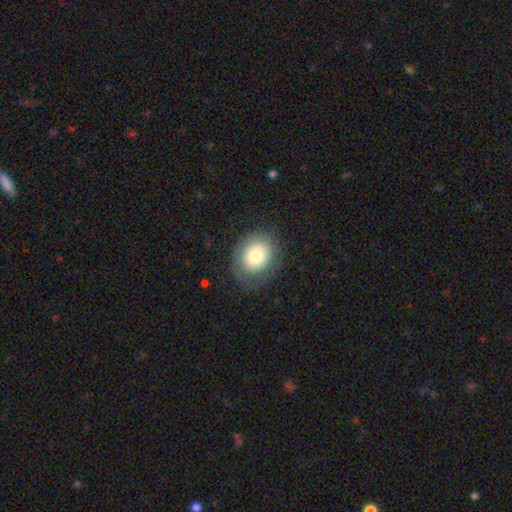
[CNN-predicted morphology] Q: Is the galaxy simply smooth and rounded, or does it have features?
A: smooth — 72%.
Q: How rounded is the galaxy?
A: round — 55%.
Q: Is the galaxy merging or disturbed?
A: none — 76%.